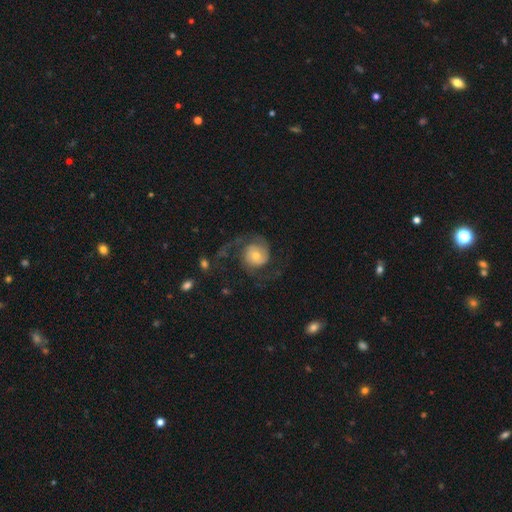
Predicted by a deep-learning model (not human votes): Smooth or featured: featured or disk — 73% (smooth — 21%)
Edge-on disk: no — 98% (yes — 2%)
Bar: no — 73% (weak — 22%)
Spiral arms: yes — 92% (no — 8%)
Spiral winding: loose — 42% (medium — 41%)
Spiral arm count: 2 — 74% (1 — 9%)
Bulge size: moderate — 48% (small — 42%)
Merging: none — 52% (major disturbance — 31%)